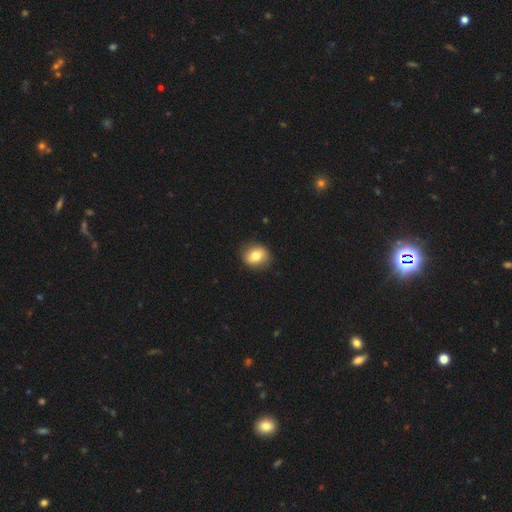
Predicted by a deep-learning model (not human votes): Q: Smooth or featured?
A: smooth (76%); runner-up: featured or disk (16%)
Q: How rounded?
A: round (64%); runner-up: in between (35%)
Q: Merging?
A: none (87%); runner-up: minor disturbance (10%)